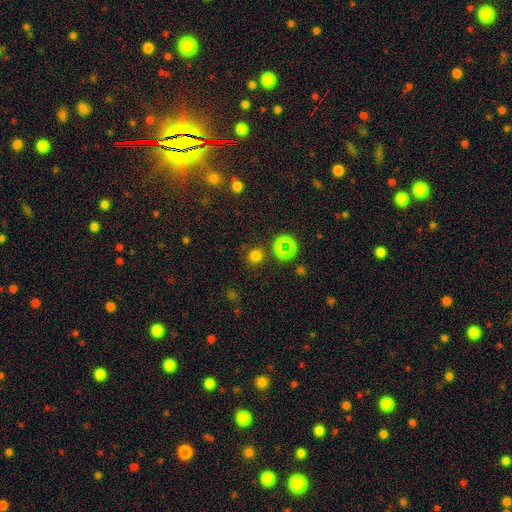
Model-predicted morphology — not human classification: Smooth or featured? Predicted: smooth (p=0.71). How rounded? Predicted: round (p=0.91). Merging? Predicted: none (p=0.86).